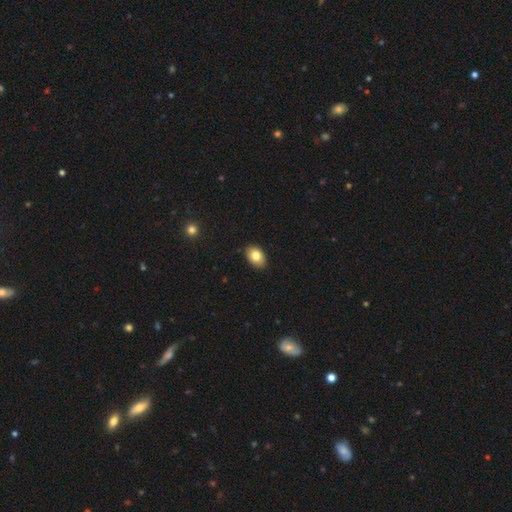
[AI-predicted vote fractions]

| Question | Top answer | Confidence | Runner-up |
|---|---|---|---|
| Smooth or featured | smooth | 81% | featured or disk (11%) |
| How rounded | in between | 83% | round (16%) |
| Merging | none | 88% | minor disturbance (10%) |